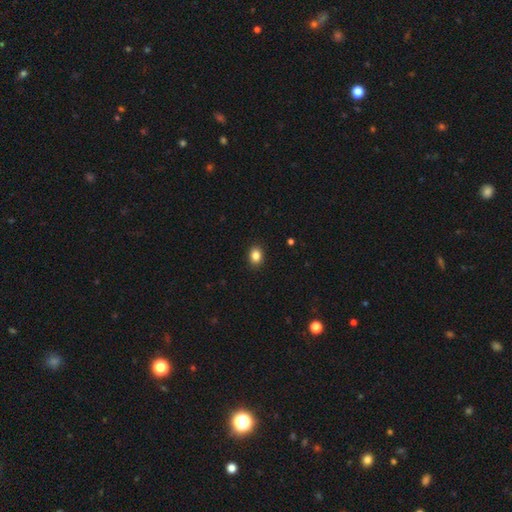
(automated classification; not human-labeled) smooth-or-featured: smooth: 85% | star or artifact: 10% | featured or disk: 5%
  how-rounded: in between: 55% | round: 44% | cigar-shaped: 1%
  merging: none: 91% | minor disturbance: 6% | major disturbance: 2% | merger: 1%